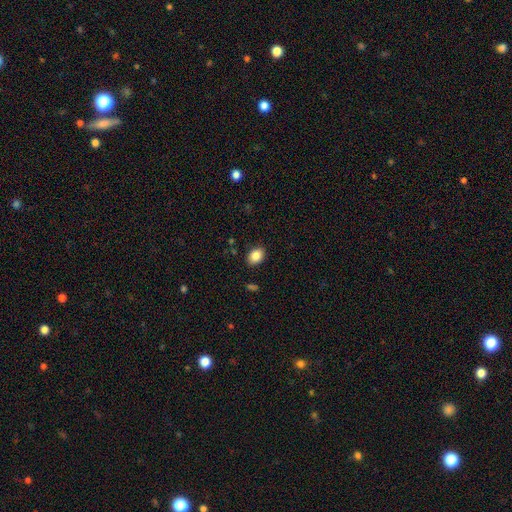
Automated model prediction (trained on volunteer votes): A smooth galaxy with no disk features (86%) that is in between round and cigar-shaped (68%). Merging: none (88%).